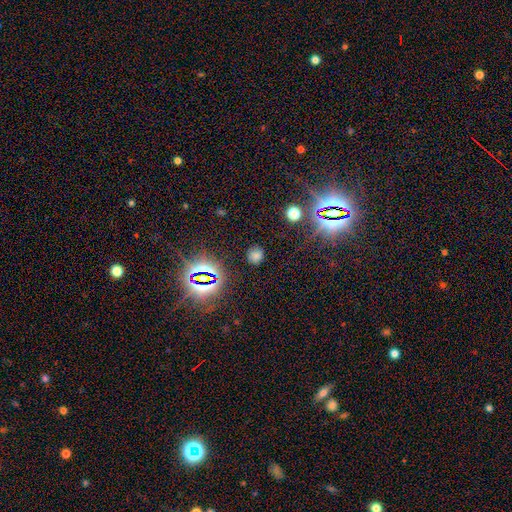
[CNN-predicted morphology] A smooth galaxy with no disk features (63%) that is round (82%). Merging: none (84%).